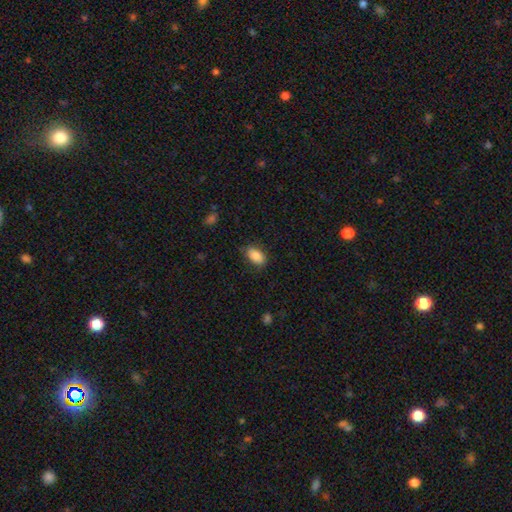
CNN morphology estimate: This is clearly a smooth galaxy (85%). How rounded: clearly in between (92%). Merging: likely none (76%).